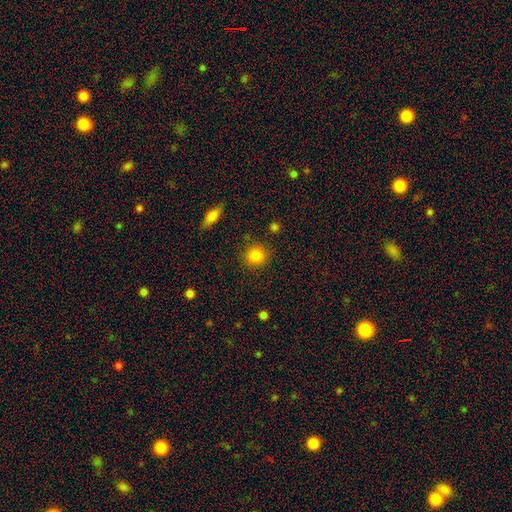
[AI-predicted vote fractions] Smooth or featured? smooth (85%)
How rounded? round (91%)
Merging? none (88%)